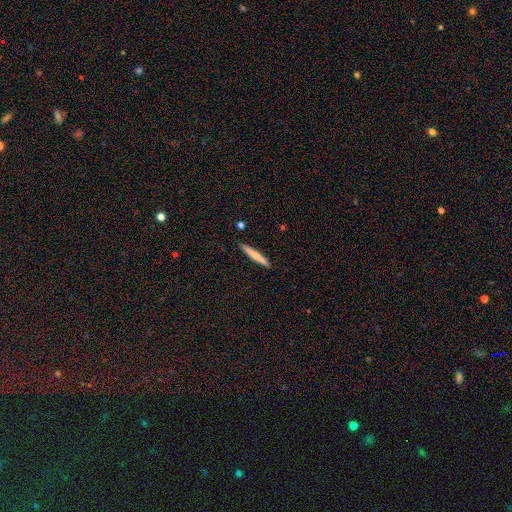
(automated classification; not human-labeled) Smooth or featured?
  - smooth: 66% *
  - featured or disk: 29%
  - star or artifact: 6%
How rounded?
  - cigar-shaped: 95% *
  - in between: 4%
  - round: 1%
Merging?
  - none: 89% *
  - minor disturbance: 8%
  - merger: 1%
  - major disturbance: 1%